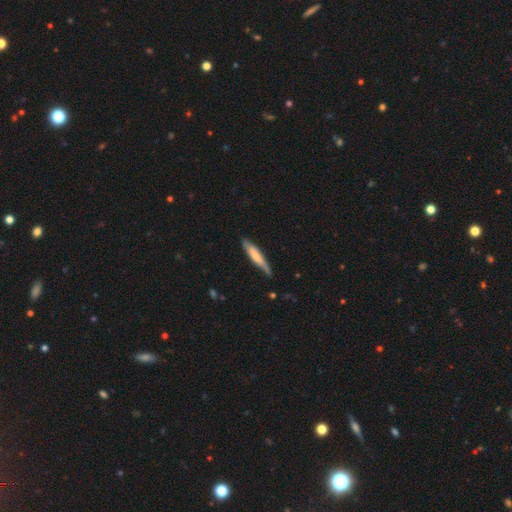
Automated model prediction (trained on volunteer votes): A smooth galaxy with no disk features (62%) that is cigar-shaped (88%). Merging: none (71%).